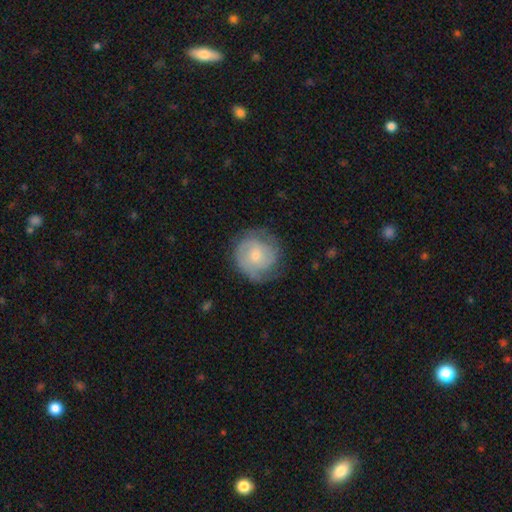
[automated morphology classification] This appears to be a featured or disk galaxy (58%) with no bar (70%), spiral arms (85%) and a small central bulge (60%). Merging: none (70%).